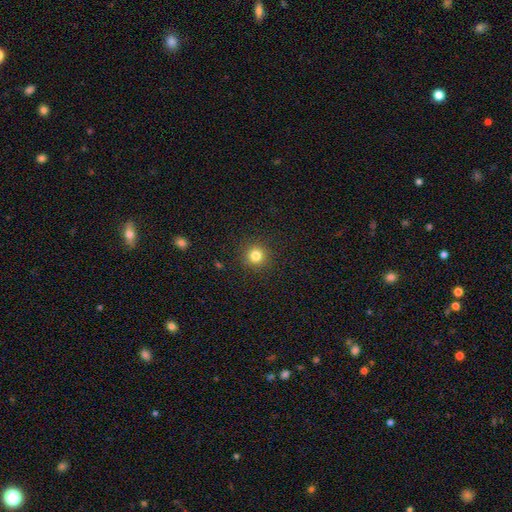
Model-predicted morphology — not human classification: smooth 82%, star or artifact 13%, featured or disk 6%. Down the decision tree: how rounded — round (94%); merging — none (91%).